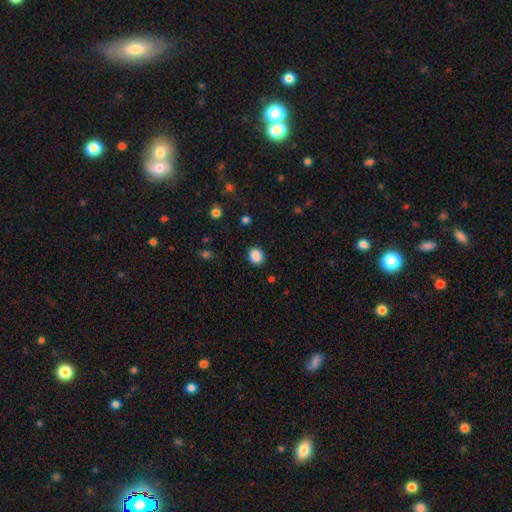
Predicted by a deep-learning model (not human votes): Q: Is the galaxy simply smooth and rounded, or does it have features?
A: smooth — 88%.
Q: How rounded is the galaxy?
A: round — 71%.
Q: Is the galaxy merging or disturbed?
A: none — 90%.